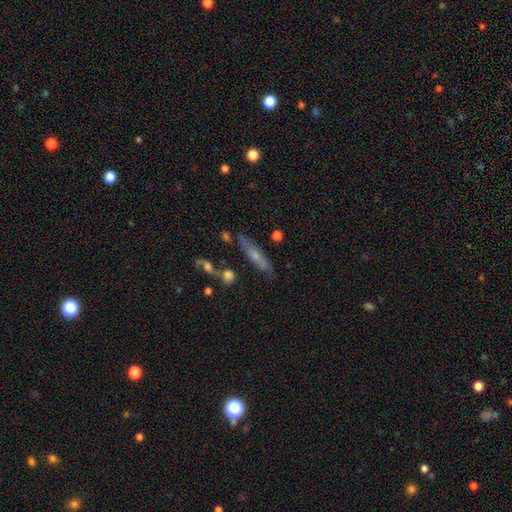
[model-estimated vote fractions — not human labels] smooth-or-featured: featured or disk: 48% | smooth: 43% | star or artifact: 9%
  merging: none: 74% | minor disturbance: 17% | merger: 5% | major disturbance: 4%